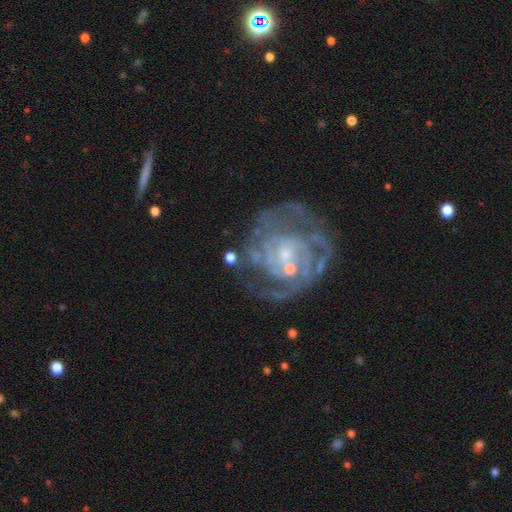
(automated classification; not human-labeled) Smooth or featured?
  - featured or disk: 84% *
  - star or artifact: 10%
  - smooth: 6%
Edge-on disk?
  - no: 97% *
  - yes: 3%
Bar?
  - no: 46% *
  - weak: 40%
  - strong: 14%
Spiral arms?
  - yes: 94% *
  - no: 6%
Spiral winding?
  - tight: 62% *
  - medium: 31%
  - loose: 7%
Spiral arm count?
  - can't tell: 27% * (tied)
  - 2: 27% * (tied)
  - 3: 22%
  - 4: 11%
  - more than 4: 7%
  - 1: 7%
Bulge size?
  - small: 68% *
  - moderate: 22%
  - none: 7%
  - large: 2%
  - dominant: 1%
Merging?
  - none: 69% *
  - minor disturbance: 16%
  - major disturbance: 11%
  - merger: 4%